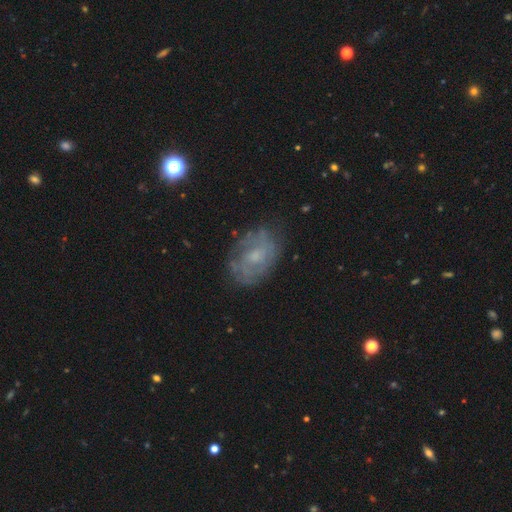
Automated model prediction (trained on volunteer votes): Smooth or featured? featured or disk (55%)
Edge-on disk? no (95%)
Bar? no (66%)
Spiral arms? yes (61%)
Bulge size? small (49%)
Merging? none (73%)